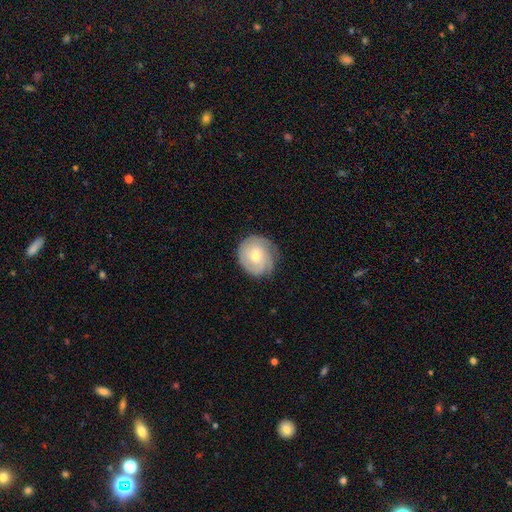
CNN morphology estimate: Smooth or featured: featured or disk — 51% (smooth — 42%)
Edge-on disk: no — 97% (yes — 3%)
Merging: none — 75% (minor disturbance — 18%)